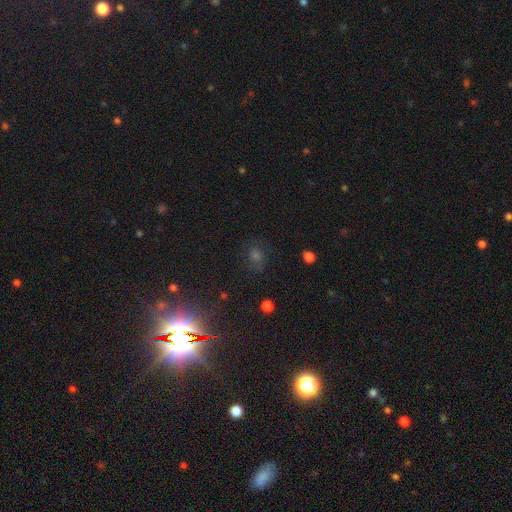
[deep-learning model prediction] Smooth or featured? star or artifact (51%)